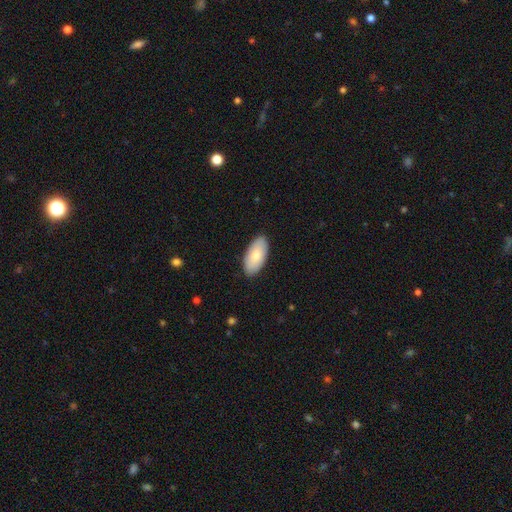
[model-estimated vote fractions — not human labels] Q: Smooth or featured?
A: smooth (80%); runner-up: featured or disk (15%)
Q: How rounded?
A: in between (95%); runner-up: cigar-shaped (3%)
Q: Merging?
A: none (88%); runner-up: minor disturbance (9%)